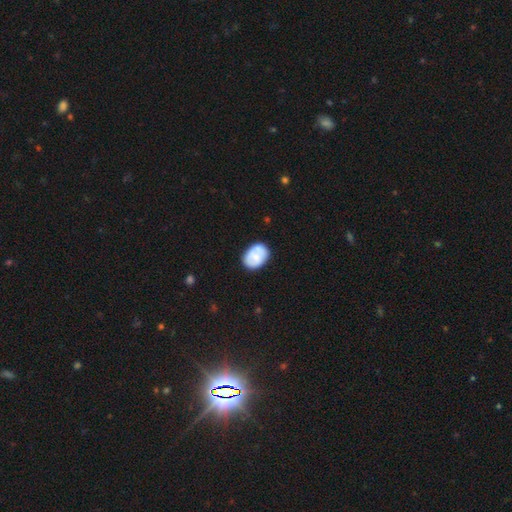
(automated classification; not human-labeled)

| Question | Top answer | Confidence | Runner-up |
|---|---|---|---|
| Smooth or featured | smooth | 67% | featured or disk (26%) |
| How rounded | in between | 73% | round (26%) |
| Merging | none | 70% | minor disturbance (21%) |